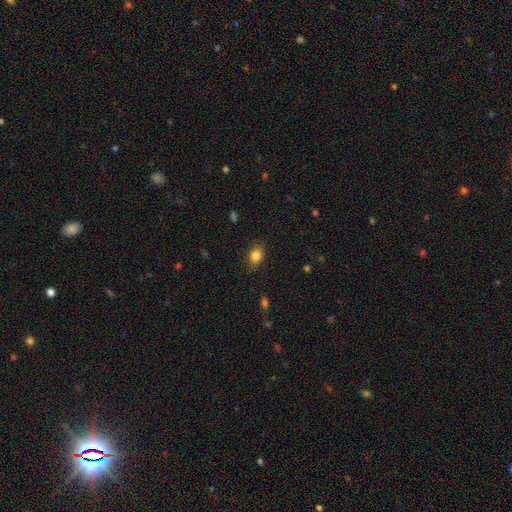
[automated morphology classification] smooth_or_featured: smooth (p=0.83) [alt: star or artifact p=0.10]
how_rounded: in between (p=0.57) [alt: round p=0.41]
merging: none (p=0.75) [alt: minor disturbance p=0.19]